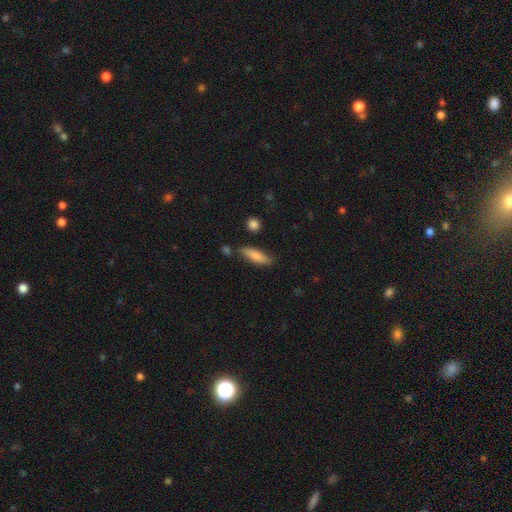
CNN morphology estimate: This is likely a smooth galaxy (78%). How rounded: possibly cigar-shaped (55%). Merging: likely none (74%).